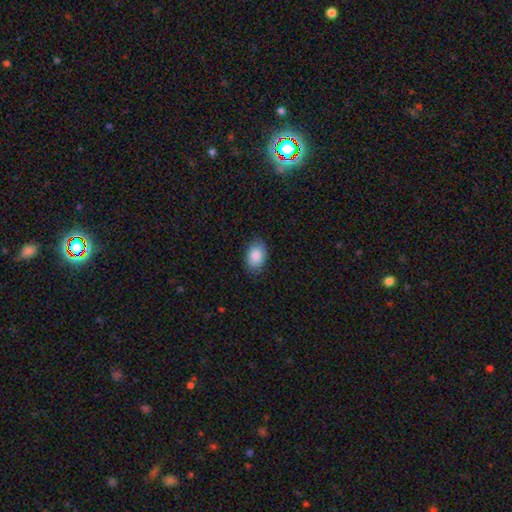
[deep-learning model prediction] Overall: smooth (88%). How rounded: in between (84%). Merging: none (82%).